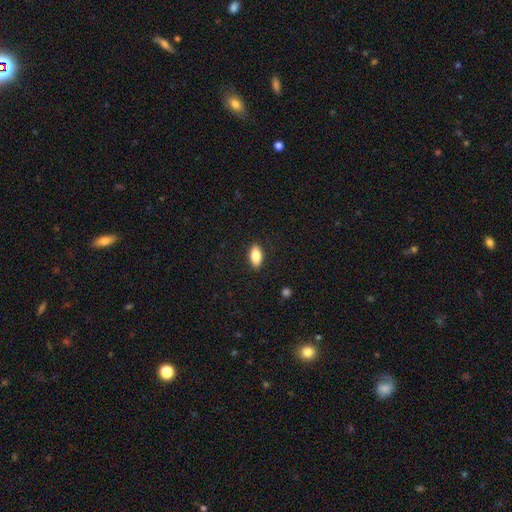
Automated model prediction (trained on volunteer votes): A smooth galaxy with no disk features (82%) that is in between round and cigar-shaped (89%). Merging: none (88%).